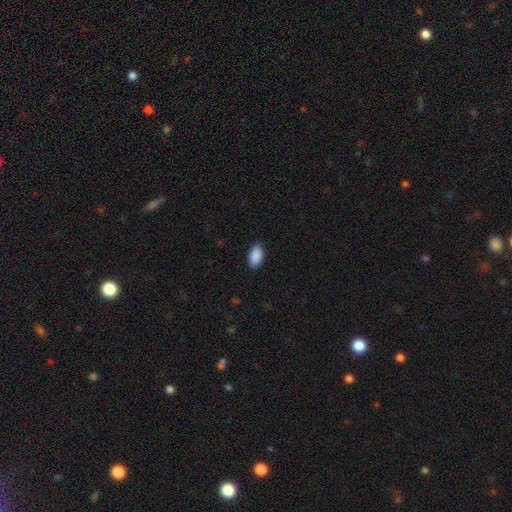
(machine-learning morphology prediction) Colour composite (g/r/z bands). It shows a smooth galaxy with no disk features (91%) that is in between round and cigar-shaped (95%). Merging: none (87%).